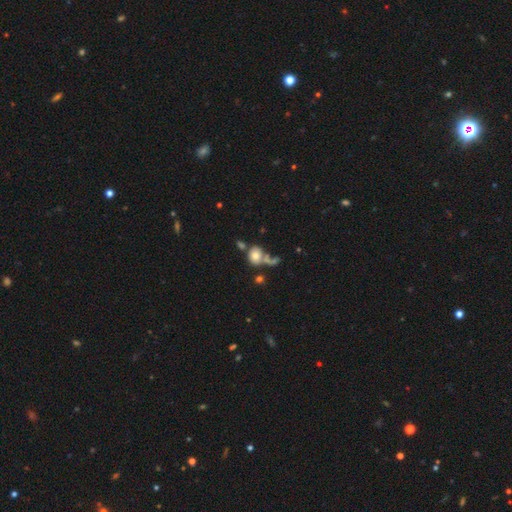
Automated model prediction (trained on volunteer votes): Smooth or featured? smooth (71%)
How rounded? round (64%)
Merging? none (38%)